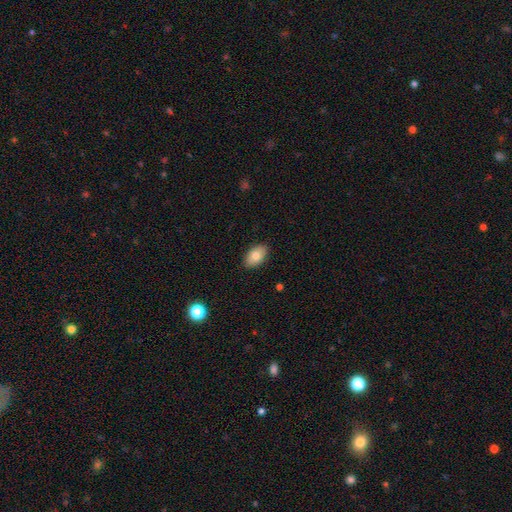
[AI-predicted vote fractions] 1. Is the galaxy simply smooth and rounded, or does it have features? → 82% smooth, 11% featured or disk, 7% star or artifact.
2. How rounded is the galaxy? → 92% in between, 6% round, 2% cigar-shaped.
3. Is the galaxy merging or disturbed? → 88% none, 9% minor disturbance, 2% major disturbance, 1% merger.